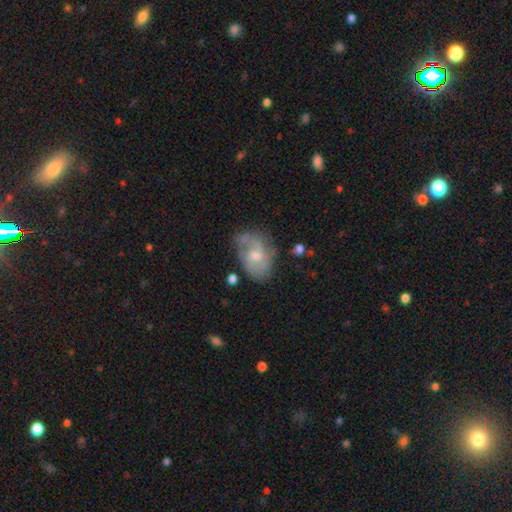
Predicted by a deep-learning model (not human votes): This is likely a featured or disk galaxy (70%). It is clearly not viewed edge-on (97%). Bar: likely no (64%). Spiral arm pattern: clearly yes (86%). Spiral arm count: possibly 2 (51%). Spiral winding: marginally medium (43%). Central bulge: possibly moderate (54%). Merging: possibly none (58%).